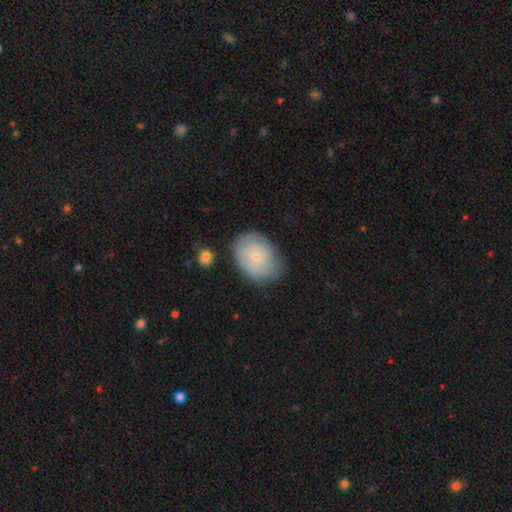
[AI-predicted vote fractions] Smooth or featured? Predicted: smooth (p=0.57). How rounded? Predicted: in between (p=0.67). Merging? Predicted: none (p=0.68).